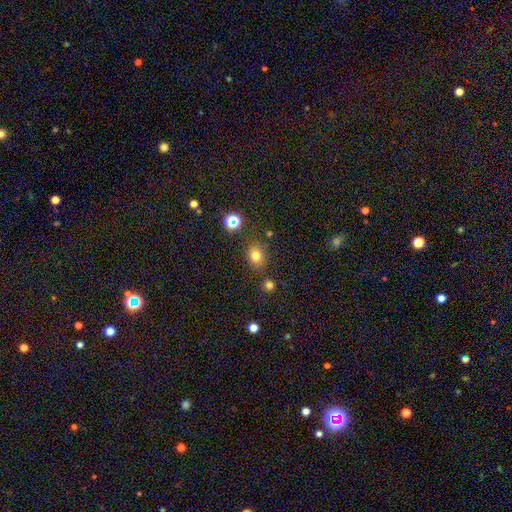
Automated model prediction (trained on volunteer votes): Overall: smooth (76%). How rounded: round (55%; in between 44%). Merging: none (78%).